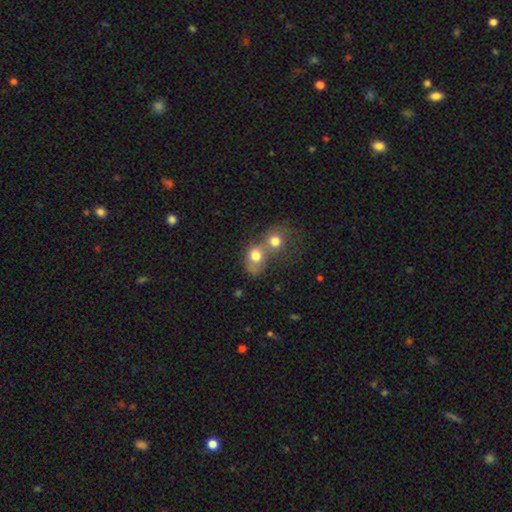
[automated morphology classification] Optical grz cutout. It shows a smooth galaxy with no disk features (73%) that is round (61%). Merging: merger (69%).